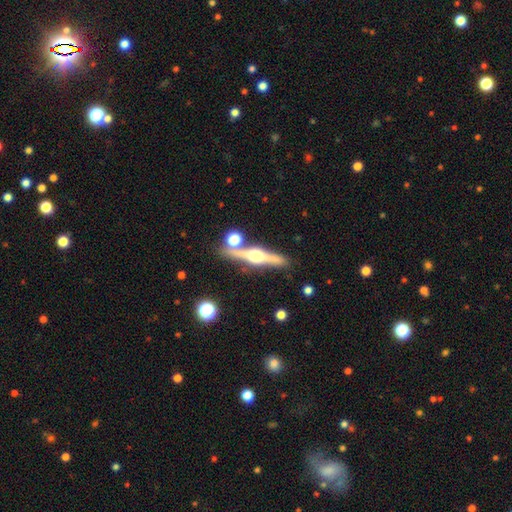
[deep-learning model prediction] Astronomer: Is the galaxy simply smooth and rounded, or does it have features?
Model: featured or disk — 79%.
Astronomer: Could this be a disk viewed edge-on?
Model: yes — 97%.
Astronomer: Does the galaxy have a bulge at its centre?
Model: rounded — 95%.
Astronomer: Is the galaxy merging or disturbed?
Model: none — 80%.